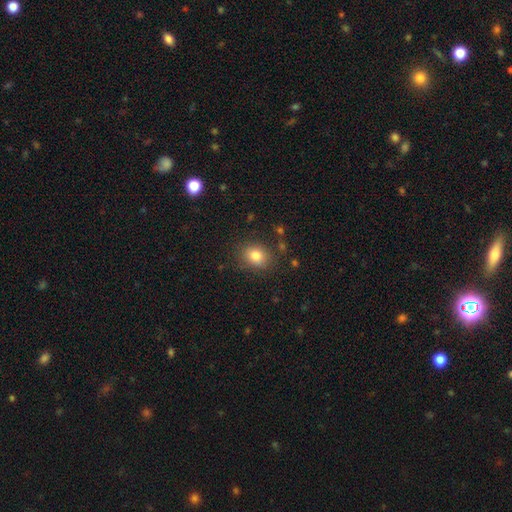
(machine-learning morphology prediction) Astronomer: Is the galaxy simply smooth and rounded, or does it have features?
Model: smooth — 81%.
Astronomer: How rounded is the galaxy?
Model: round — 51% (runner-up: in between, 48%).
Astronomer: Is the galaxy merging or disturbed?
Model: none — 82%.